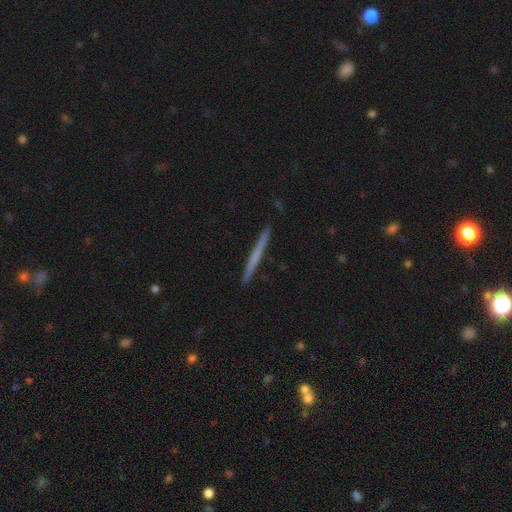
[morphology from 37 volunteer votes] Smooth or featured?
  - featured or disk: 59% *
  - smooth: 41%
  - star or artifact: 0%
Edge-on disk?
  - yes: 100% *
  - no: 0%
Edge-on bulge?
  - none: 100% *
  - boxy: 0%
  - rounded: 0%
Merging?
  - none: 95% *
  - minor disturbance: 3%
  - major disturbance: 3%
  - merger: 0%